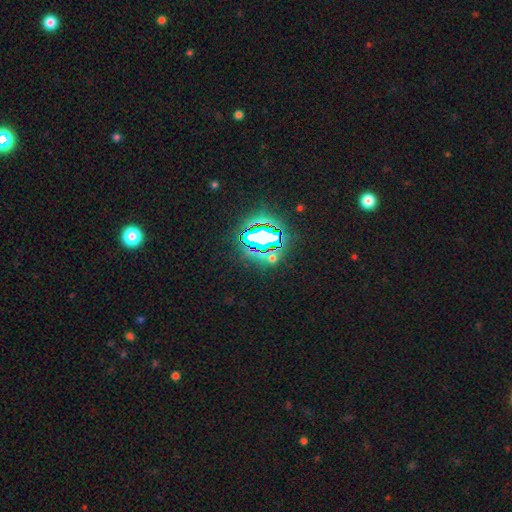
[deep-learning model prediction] This appears to be a star or artifact, not a galaxy (85%).